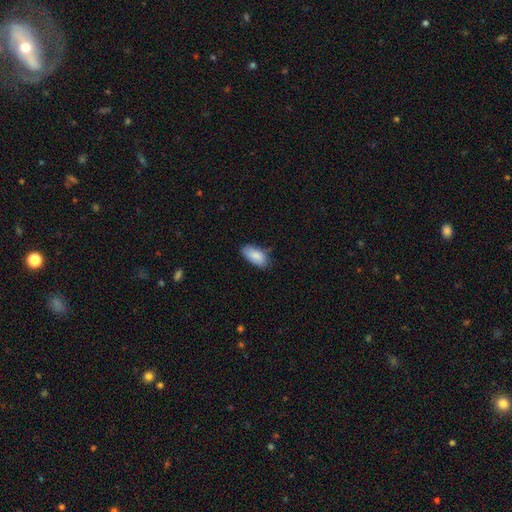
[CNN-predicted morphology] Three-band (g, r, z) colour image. It shows a smooth galaxy with no disk features (85%) that is in between round and cigar-shaped (93%). Merging: none (69%).